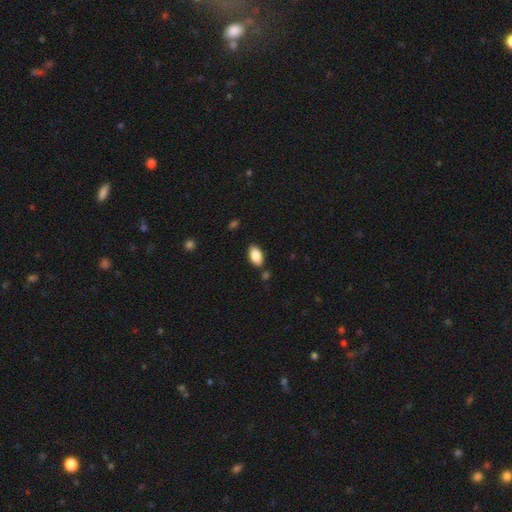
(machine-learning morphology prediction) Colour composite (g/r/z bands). It shows a smooth galaxy with no disk features (86%) that is in between round and cigar-shaped (93%). Merging: none (83%).